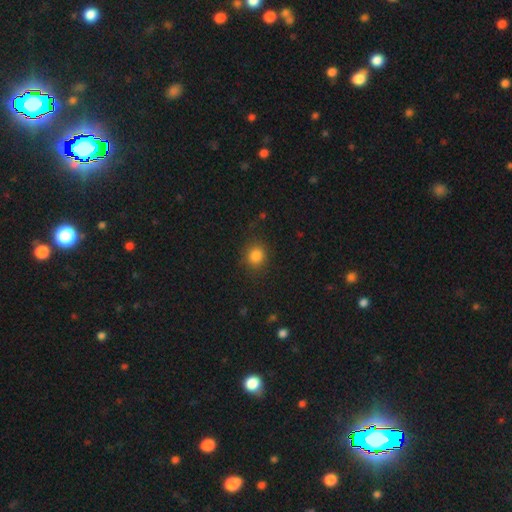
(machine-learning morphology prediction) Q: Smooth or featured?
A: smooth (84%); runner-up: star or artifact (11%)
Q: How rounded?
A: round (83%); runner-up: in between (16%)
Q: Merging?
A: none (85%); runner-up: minor disturbance (10%)